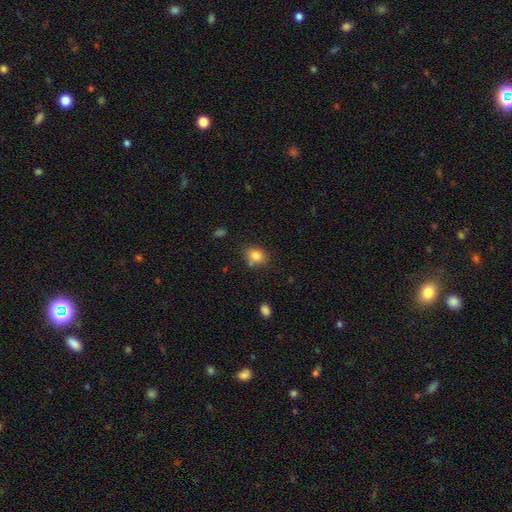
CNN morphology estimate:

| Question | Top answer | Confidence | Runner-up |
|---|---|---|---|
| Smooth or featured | smooth | 82% | star or artifact (11%) |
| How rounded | round | 52% | in between (47%) |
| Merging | none | 72% | minor disturbance (17%) |